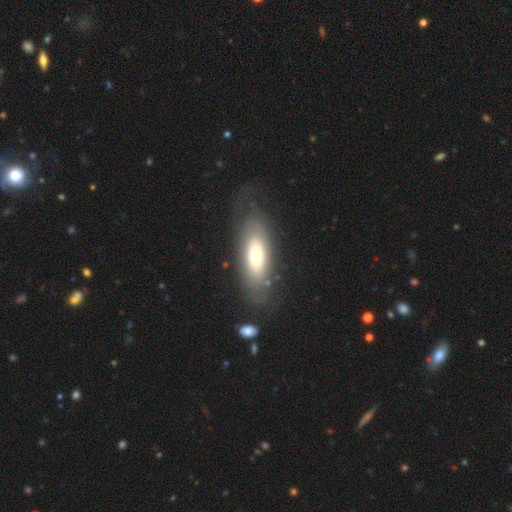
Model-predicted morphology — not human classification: This appears to be a smooth galaxy with no disk features (58%) that is in between round and cigar-shaped (78%). Merging: none (68%).